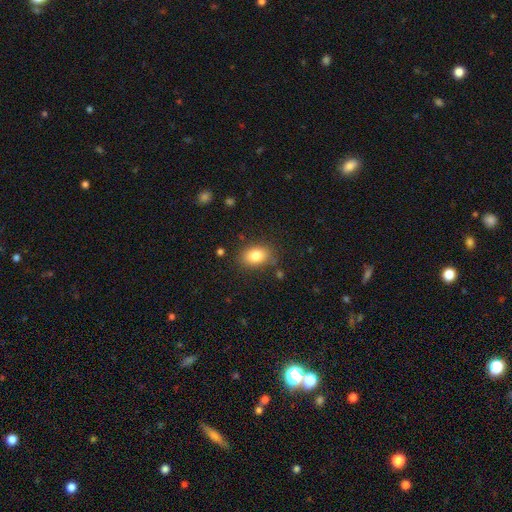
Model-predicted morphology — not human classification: This is clearly a smooth galaxy (83%). How rounded: likely in between (77%). Merging: clearly none (81%).